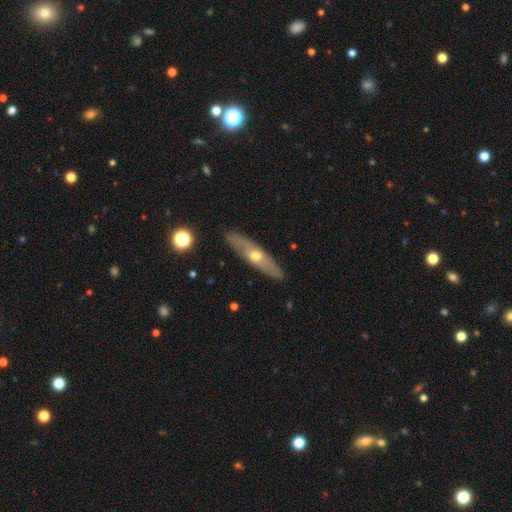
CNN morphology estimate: This appears to be a featured or disk galaxy (54%) viewed edge-on (62%). Merging: none (87%).